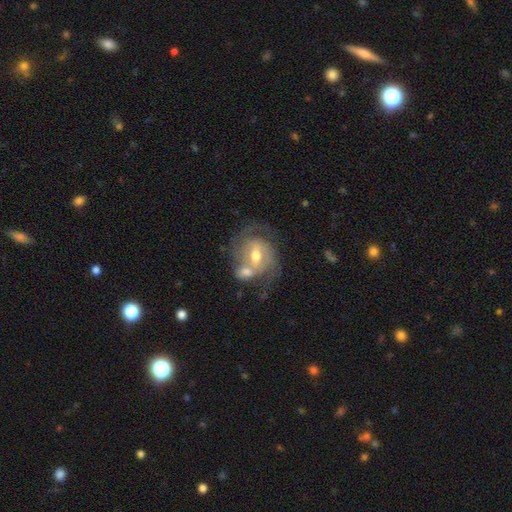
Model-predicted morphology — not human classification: This appears to be a featured or disk galaxy (76%) with a weak bar (47%), 2 (65%) medium (43%) spiral arms (84%) and a moderate central bulge (72%). Merging: merger (43%).